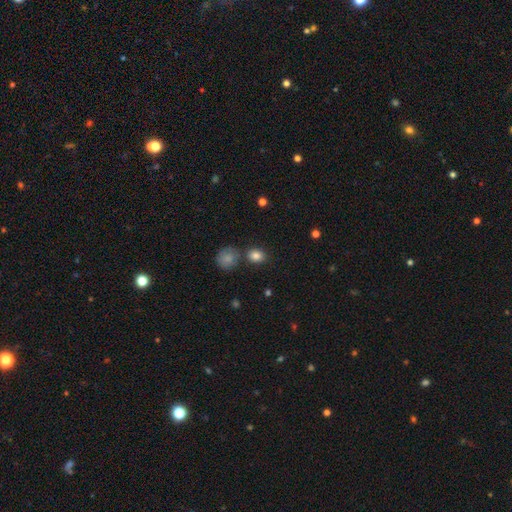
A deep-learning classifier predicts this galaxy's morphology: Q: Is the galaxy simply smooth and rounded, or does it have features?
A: smooth — 84%.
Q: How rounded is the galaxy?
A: in between — 51%.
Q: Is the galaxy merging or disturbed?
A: none — 74%.